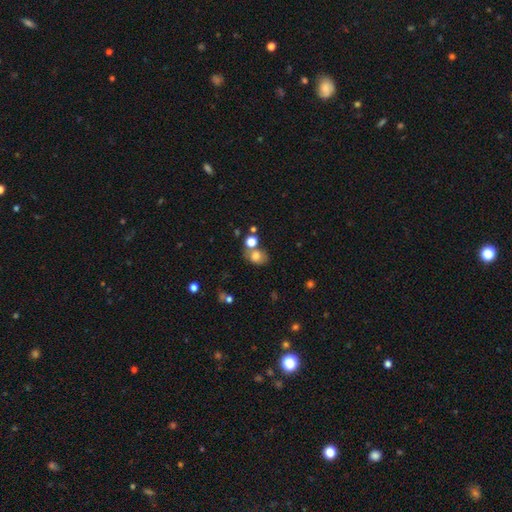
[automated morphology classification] smooth 73%, star or artifact 14%, featured or disk 14%. Down the decision tree: how rounded — in between (57%); merging — none (45%).